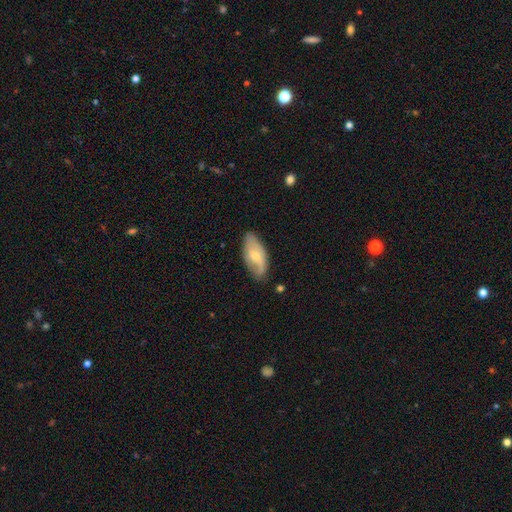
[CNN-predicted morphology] Smooth or featured? featured or disk (49%)
Merging? none (69%)